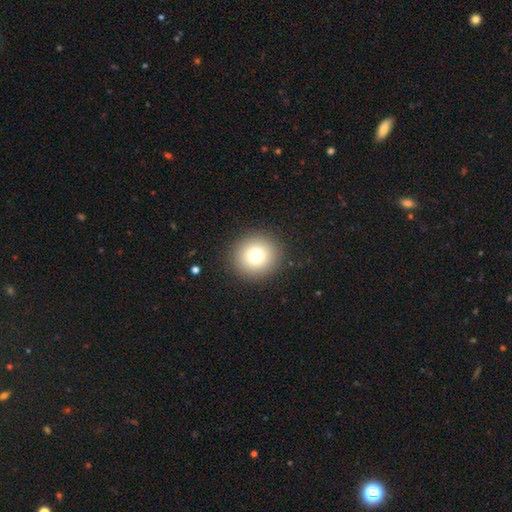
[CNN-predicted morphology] smooth_or_featured: smooth (p=0.76) [alt: star or artifact p=0.13]
how_rounded: round (p=0.93) [alt: in between p=0.06]
merging: none (p=0.91) [alt: minor disturbance p=0.05]